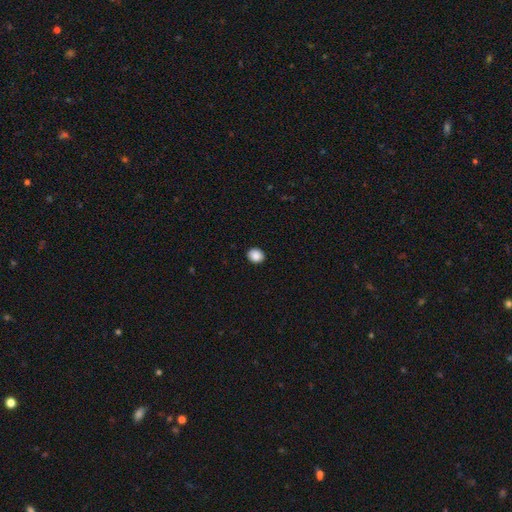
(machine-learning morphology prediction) This is clearly a smooth galaxy (88%). How rounded: likely round (66%). Merging: clearly none (91%).